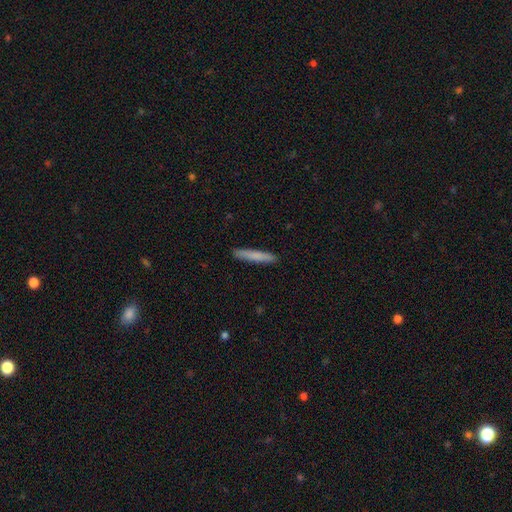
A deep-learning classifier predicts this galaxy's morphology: Smooth or featured: smooth — 77% (featured or disk — 17%)
How rounded: cigar-shaped — 94% (in between — 4%)
Merging: none — 91% (minor disturbance — 6%)